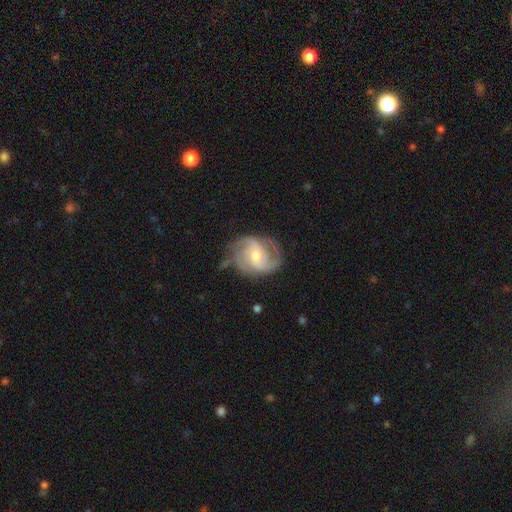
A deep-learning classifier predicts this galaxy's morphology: type=featured or disk (86%); edge-on=no (98%); bar=no (48%); spiral arms=yes (96%); winding=medium (45%); arm count=2 (39%); bulge=moderate (57%); merging=none (64%).